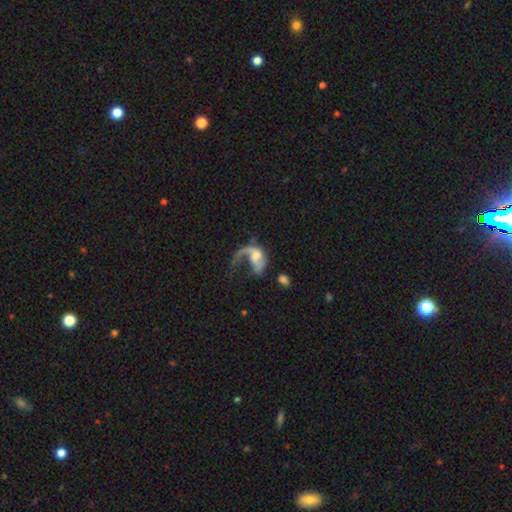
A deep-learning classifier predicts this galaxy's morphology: Q: Smooth or featured?
A: featured or disk (73%); runner-up: smooth (20%)
Q: Edge-on disk?
A: no (97%); runner-up: yes (3%)
Q: Bar?
A: no (62%); runner-up: weak (31%)
Q: Spiral arms?
A: yes (83%); runner-up: no (17%)
Q: Spiral winding?
A: loose (81%); runner-up: medium (15%)
Q: Spiral arm count?
A: 1 (77%); runner-up: 2 (17%)
Q: Bulge size?
A: moderate (43%); runner-up: small (27%)
Q: Merging?
A: major disturbance (56%); runner-up: none (22%)